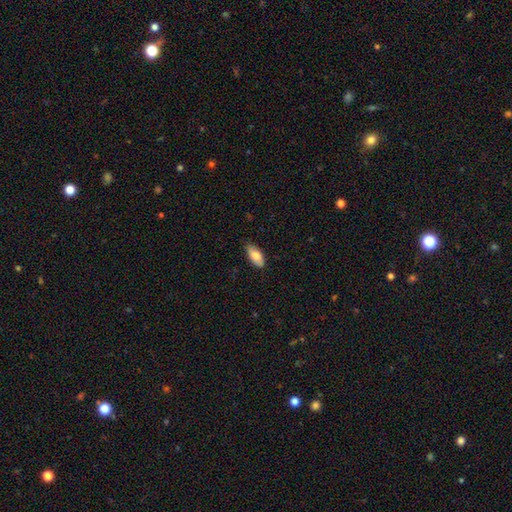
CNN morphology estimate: smooth-or-featured: smooth: 77% | featured or disk: 17% | star or artifact: 6%
  how-rounded: in between: 88% | cigar-shaped: 10% | round: 2%
  merging: none: 82% | minor disturbance: 15% | major disturbance: 2% | merger: 1%